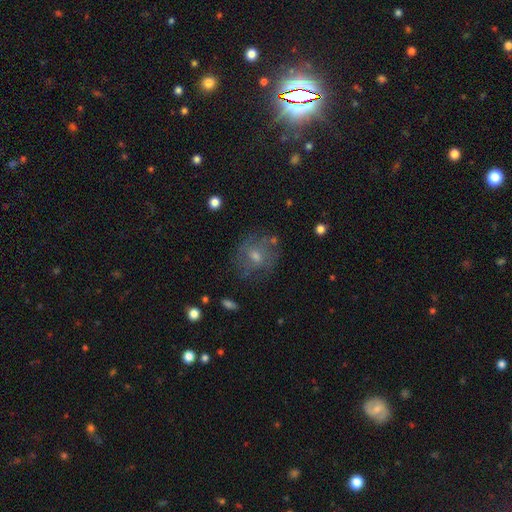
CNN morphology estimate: type=smooth (45%); merging=none (68%).